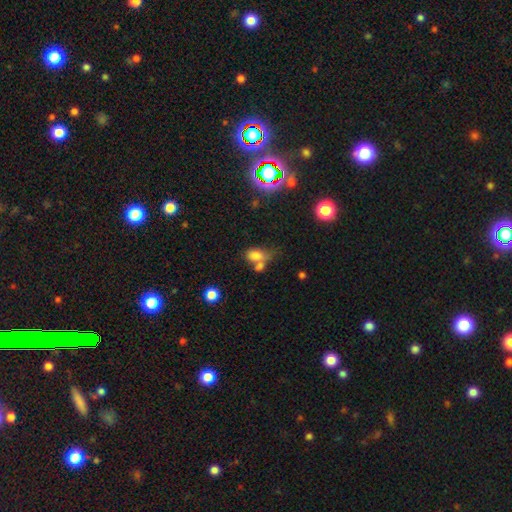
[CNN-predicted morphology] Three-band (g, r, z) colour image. It shows a smooth galaxy with no disk features (74%) that is in between round and cigar-shaped (80%). Merging: merger (43%).